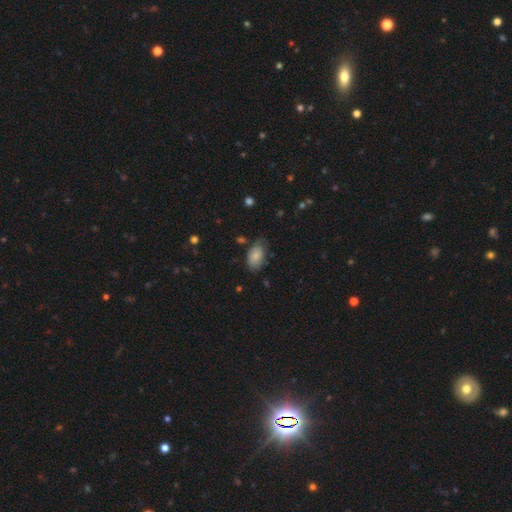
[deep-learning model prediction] A smooth galaxy with no disk features (79%) that is in between round and cigar-shaped (92%).

Vote fractions:
- Smooth or featured? smooth: 79% / featured or disk: 13% / star or artifact: 7%
- How rounded? in between: 92% / round: 6% / cigar-shaped: 2%
- Merging? none: 60% / minor disturbance: 30% / major disturbance: 7% / merger: 2%